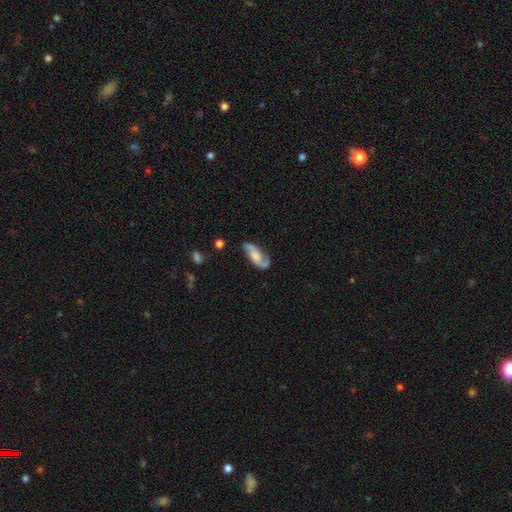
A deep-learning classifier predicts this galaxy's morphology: Q: Smooth or featured?
A: featured or disk (75%); runner-up: smooth (18%)
Q: Edge-on disk?
A: no (94%); runner-up: yes (6%)
Q: Bar?
A: no (55%); runner-up: weak (34%)
Q: Spiral arms?
A: yes (95%); runner-up: no (5%)
Q: Spiral winding?
A: loose (42%); tied with: medium (42%)
Q: Spiral arm count?
A: 2 (87%); runner-up: 1 (6%)
Q: Bulge size?
A: none (30%); runner-up: moderate (28%)
Q: Merging?
A: none (67%); runner-up: minor disturbance (20%)